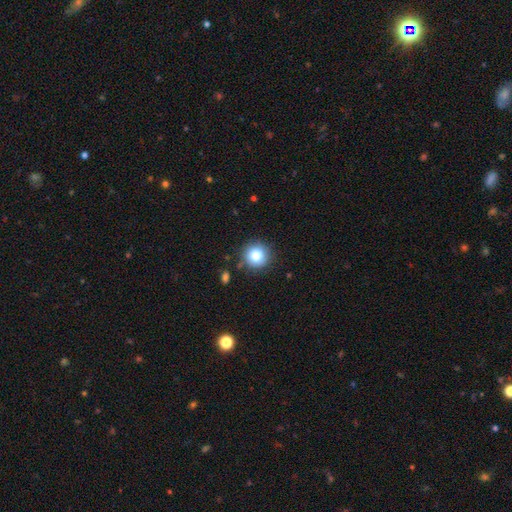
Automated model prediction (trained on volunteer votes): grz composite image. It shows a smooth galaxy with no disk features (81%) that is round (94%). Merging: none (86%).